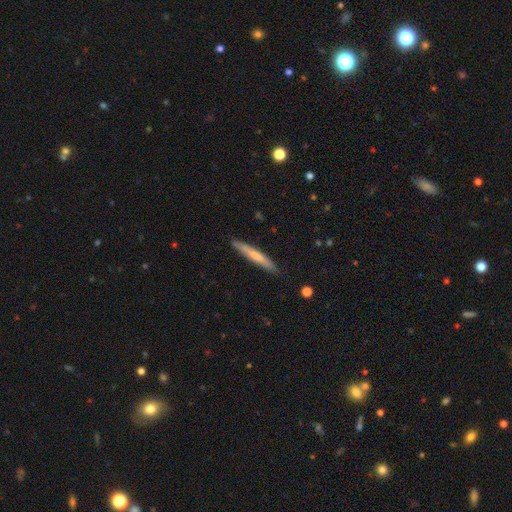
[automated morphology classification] Smooth or featured?
  - smooth: 60% *
  - featured or disk: 35%
  - star or artifact: 5%
How rounded?
  - cigar-shaped: 95% *
  - in between: 4%
  - round: 1%
Merging?
  - none: 88% *
  - minor disturbance: 9%
  - major disturbance: 2%
  - merger: 1%